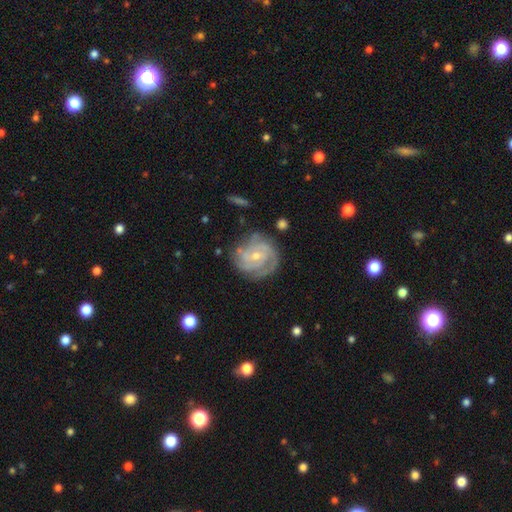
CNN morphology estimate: This appears to be a featured or disk galaxy (85%) with no bar (63%), 3 (33%) tight (69%) spiral arms (96%) and a small central bulge (58%). Merging: none (73%).